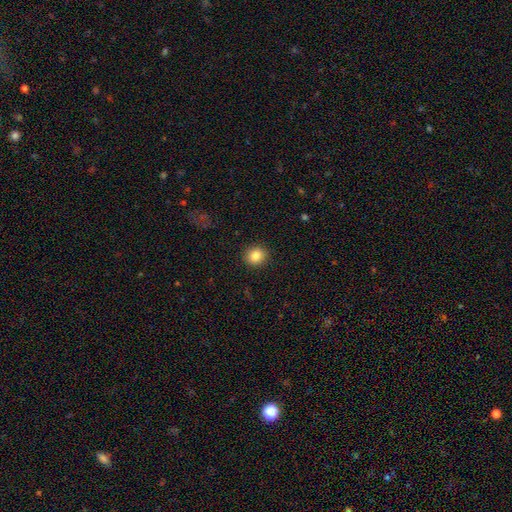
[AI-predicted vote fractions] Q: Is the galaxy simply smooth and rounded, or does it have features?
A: smooth — 85%.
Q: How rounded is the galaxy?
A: round — 83%.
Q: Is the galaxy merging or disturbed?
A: none — 91%.